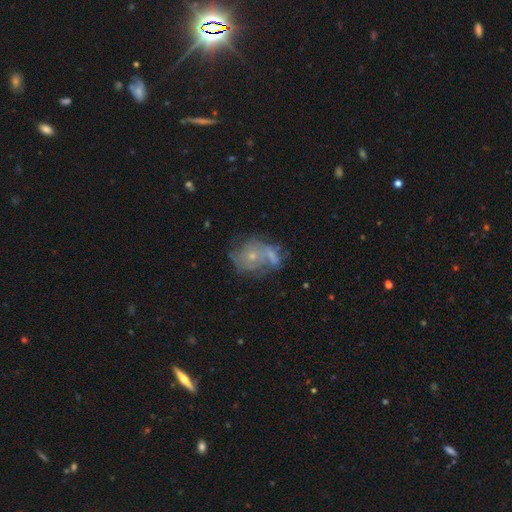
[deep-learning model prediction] Overall: featured or disk (65%). Edge-on disk: no (97%). Bar: no (78%). Spiral arms: yes (75%). Bulge size: small (68%). Merging: none (47%; merger 25%).